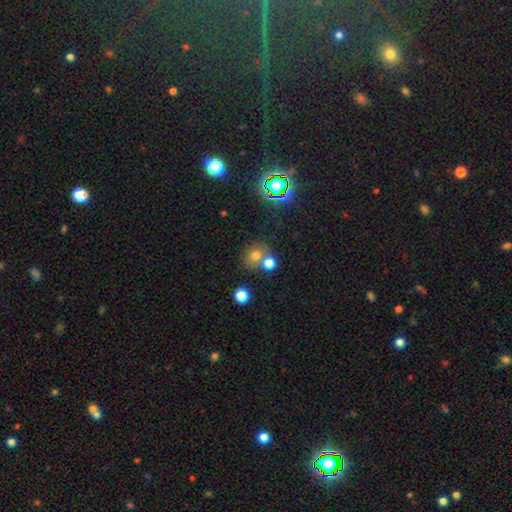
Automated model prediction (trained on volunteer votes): Overall: smooth (66%). How rounded: round (77%). Merging: none (53%; merger 35%).